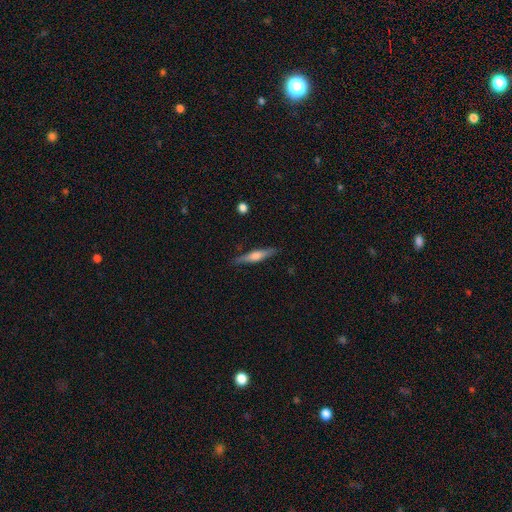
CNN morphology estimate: A featured or disk galaxy (51%) viewed edge-on (95%).

Vote fractions:
- Smooth or featured? featured or disk: 51% / smooth: 43% / star or artifact: 6%
- Edge-on disk? yes: 95% / no: 5%
- Merging? none: 86% / minor disturbance: 10% / major disturbance: 2% / merger: 1%